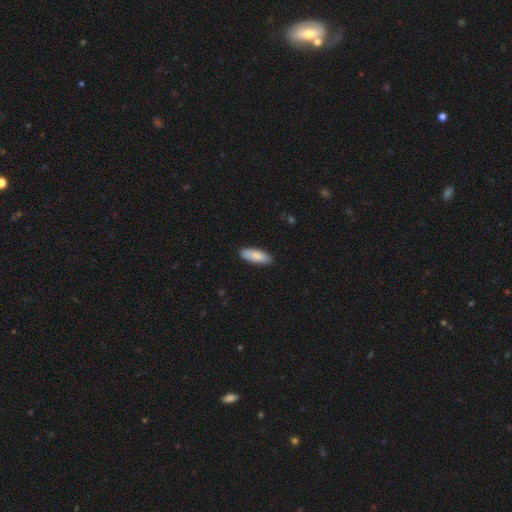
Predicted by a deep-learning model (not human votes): The model was most divided on "how rounded": in between: 69%, cigar-shaped: 30%, round: 2%. More confident: smooth or featured — smooth (87%); merging — none (87%).